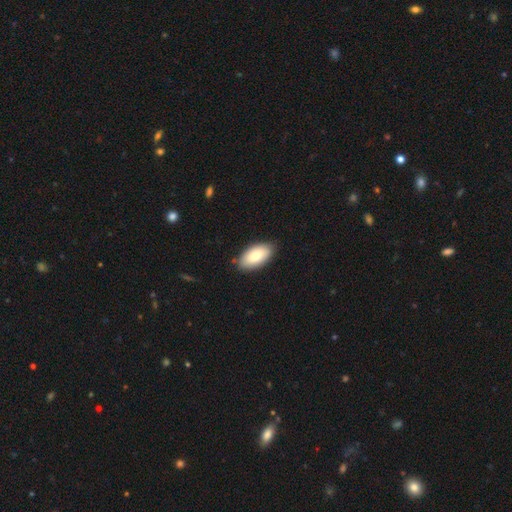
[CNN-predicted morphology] type=smooth (80%); roundness=in between (94%); merging=none (85%).